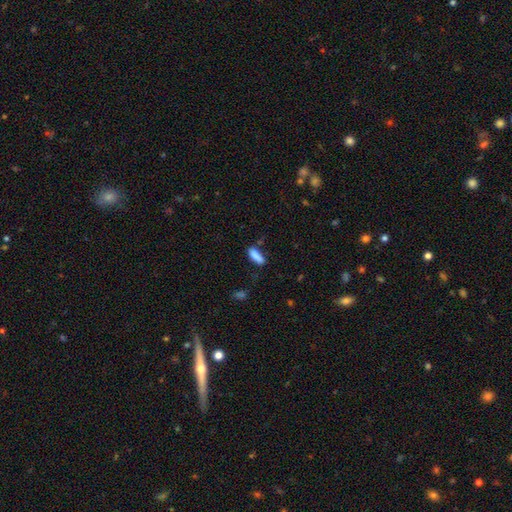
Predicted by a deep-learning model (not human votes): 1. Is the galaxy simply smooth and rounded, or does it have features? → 86% smooth, 8% star or artifact, 7% featured or disk.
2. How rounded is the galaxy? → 50% cigar-shaped, 48% in between, 2% round.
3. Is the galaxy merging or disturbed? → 69% none, 20% minor disturbance, 6% merger, 5% major disturbance.